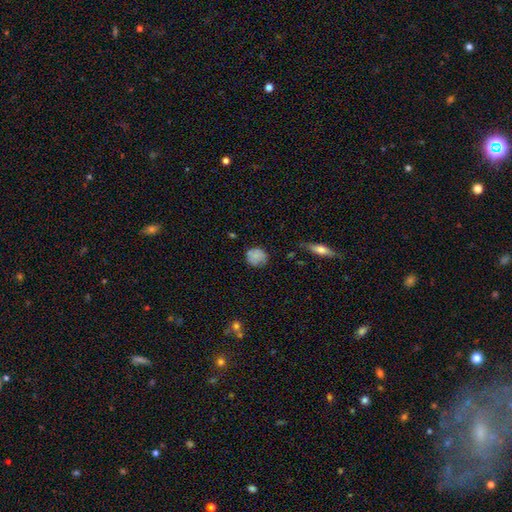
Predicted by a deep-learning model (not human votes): A smooth galaxy with no disk features (78%) that is round (81%). Merging: none (69%).